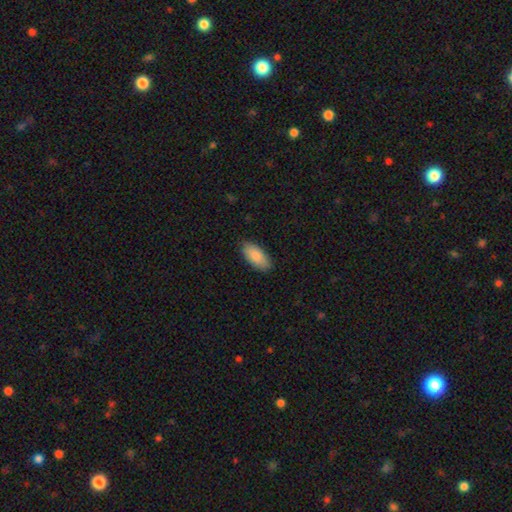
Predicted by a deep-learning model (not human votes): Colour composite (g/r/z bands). It shows a smooth galaxy with no disk features (87%) that is in between round and cigar-shaped (91%). Merging: none (86%).